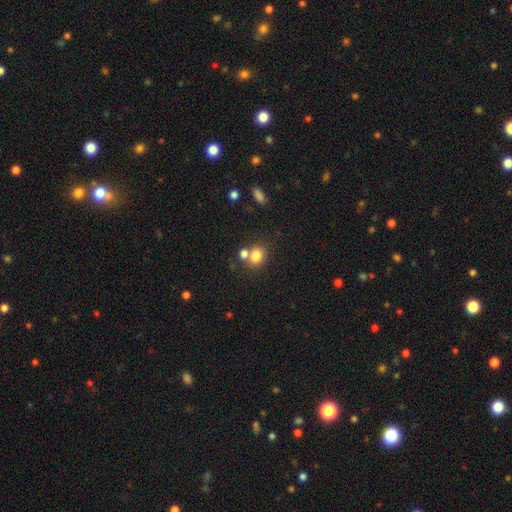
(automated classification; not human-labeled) Smooth or featured?
  - smooth: 79% *
  - star or artifact: 12%
  - featured or disk: 9%
How rounded?
  - round: 65% *
  - in between: 34%
  - cigar-shaped: 1%
Merging?
  - none: 54% *
  - merger: 32%
  - minor disturbance: 10%
  - major disturbance: 4%